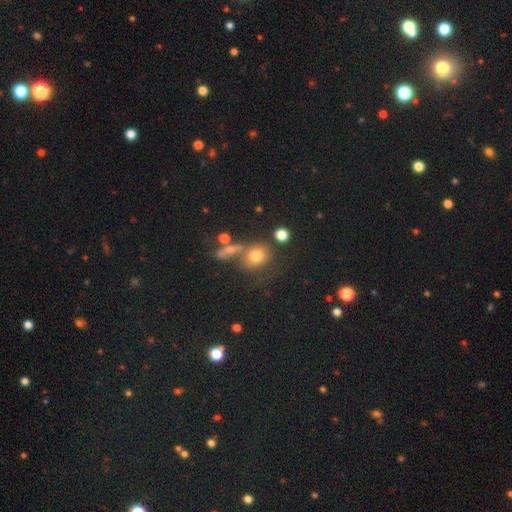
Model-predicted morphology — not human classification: Overall: smooth (73%). How rounded: round (67%; in between 31%). Merging: none (53%; merger 22%).